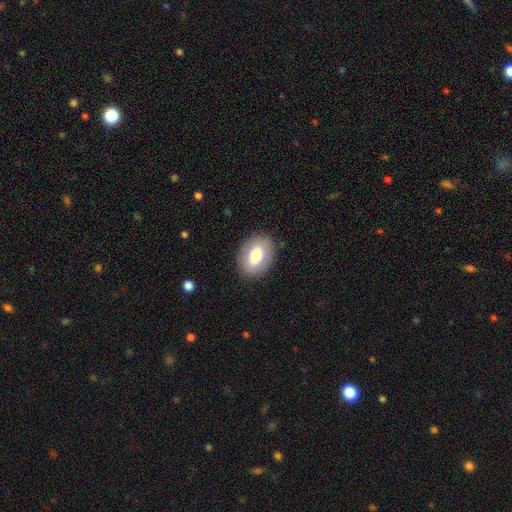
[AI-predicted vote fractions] A smooth galaxy with no disk features (72%) that is in between round and cigar-shaped (77%).

Vote fractions:
- Smooth or featured? smooth: 72% / featured or disk: 21% / star or artifact: 7%
- How rounded? in between: 77% / round: 22% / cigar-shaped: 1%
- Merging? none: 86% / minor disturbance: 9% / major disturbance: 3% / merger: 1%